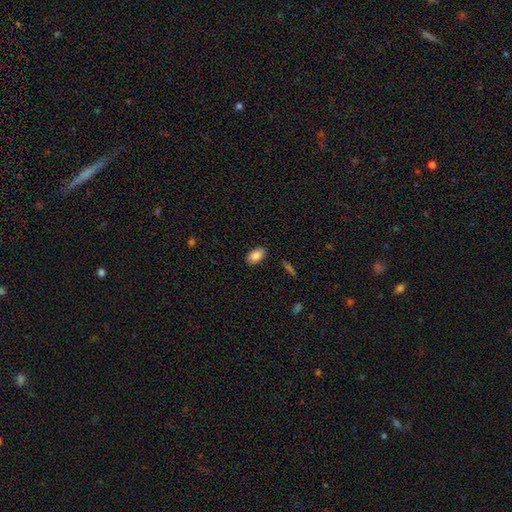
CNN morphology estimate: A smooth galaxy with no disk features (86%) that is in between round and cigar-shaped (92%). Merging: none (87%).